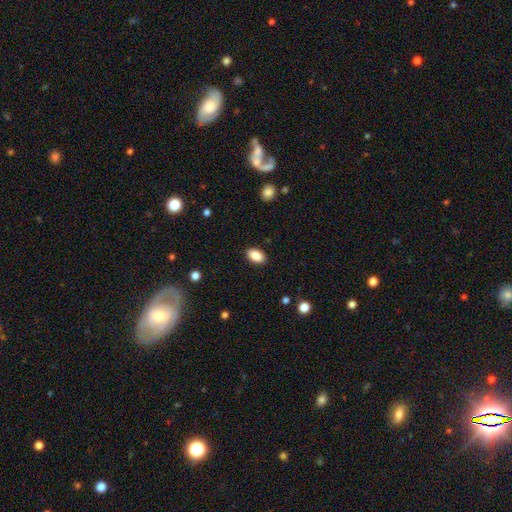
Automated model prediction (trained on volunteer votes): Overall: smooth (89%). How rounded: in between (91%). Merging: none (89%).